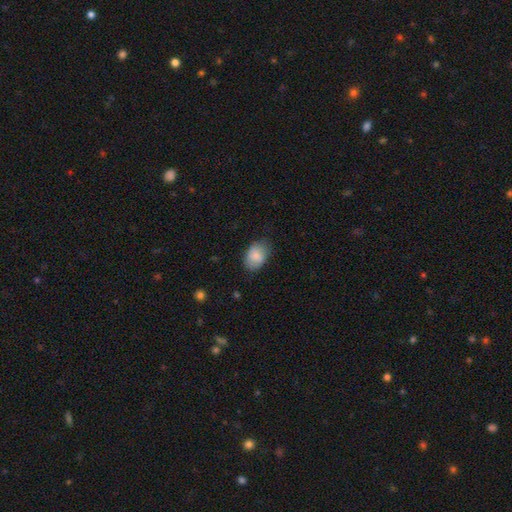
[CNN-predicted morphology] This appears to be a smooth galaxy with no disk features (84%) that is in between round and cigar-shaped (83%). Merging: none (75%).